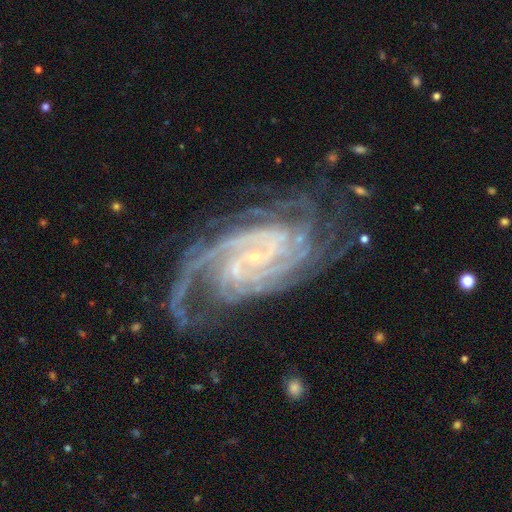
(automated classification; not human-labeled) The model was most divided on "spiral arm count": 4: 22%, 3: 20%, 2: 19%, can't tell: 15%, more than 4: 15%, 1: 9%. Remaining: spiral arms — yes (99%); edge-on disk — no (97%); smooth or featured — featured or disk (92%); bulge size — small (86%); merging — none (69%); spiral winding — tight (66%); bar — no (47%).